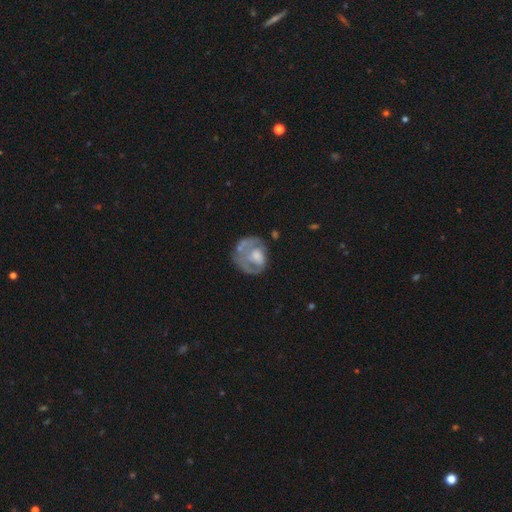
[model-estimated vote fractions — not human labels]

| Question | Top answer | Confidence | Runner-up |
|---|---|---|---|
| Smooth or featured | featured or disk | 56% | smooth (35%) |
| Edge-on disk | no | 97% | yes (3%) |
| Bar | no | 83% | weak (14%) |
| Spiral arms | no | 65% | yes (35%) |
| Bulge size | moderate | 44% | large (21%) |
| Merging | none | 46% | major disturbance (25%) |